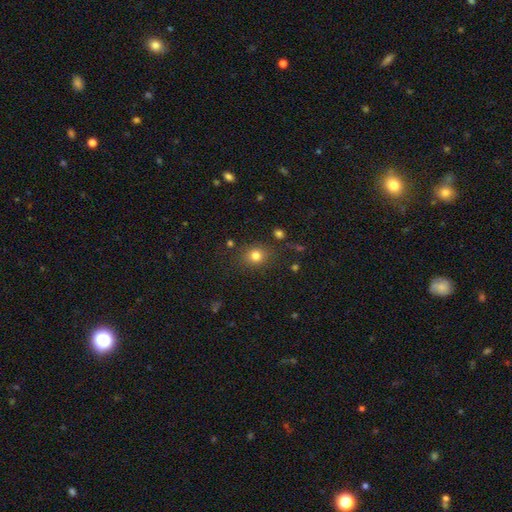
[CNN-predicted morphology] Smooth or featured? smooth (80%)
How rounded? round (75%)
Merging? none (83%)